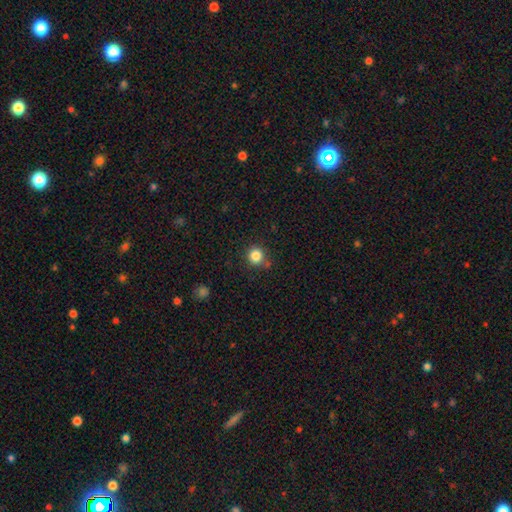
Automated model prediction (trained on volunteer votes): Smooth or featured? Predicted: smooth (p=0.84). How rounded? Predicted: round (p=0.93). Merging? Predicted: none (p=0.83).